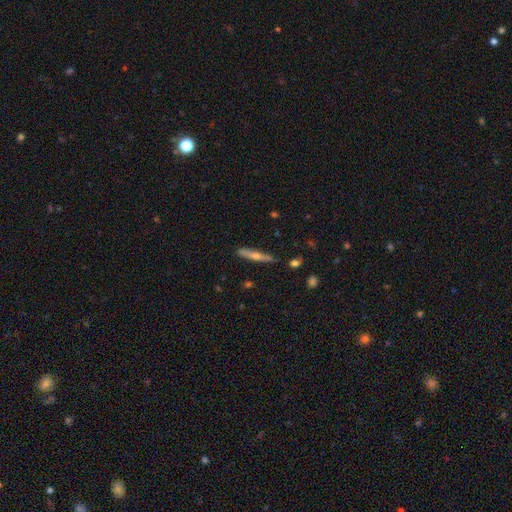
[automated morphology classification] This appears to be a featured or disk galaxy (56%) viewed edge-on (95%) with a rounded central bulge (85%). Merging: none (86%).